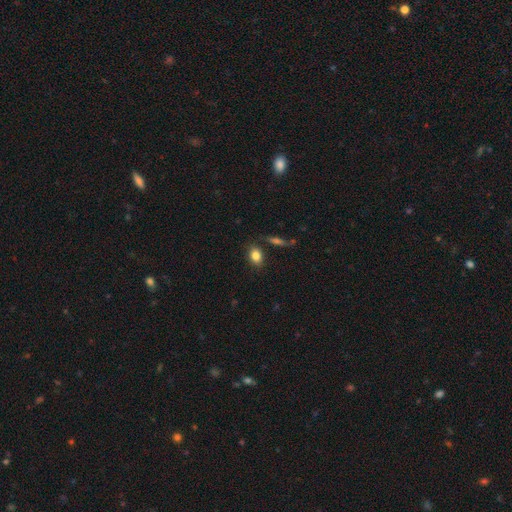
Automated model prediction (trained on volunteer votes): A smooth galaxy with no disk features (83%) that is in between round and cigar-shaped (77%). Merging: none (83%).